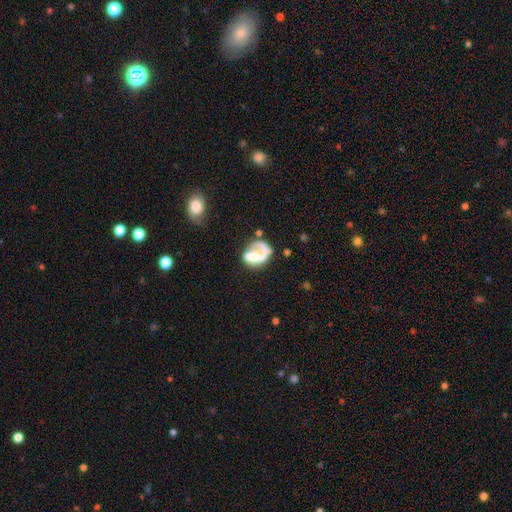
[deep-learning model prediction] Overall: featured or disk (54%; smooth 38%). Edge-on disk: no (98%). Bar: no (75%). Spiral arms: no (53%; yes 47%). Bulge size: moderate (34%; none 28%). Merging: major disturbance (35%; none 32%).